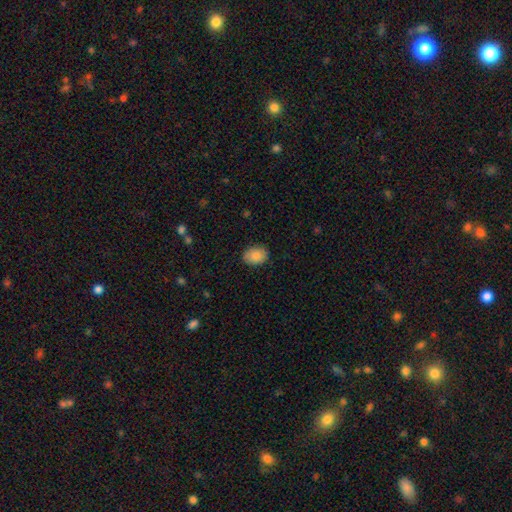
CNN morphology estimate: Smooth or featured?
  - smooth: 87% *
  - star or artifact: 7%
  - featured or disk: 6%
How rounded?
  - in between: 72% *
  - round: 27%
  - cigar-shaped: 1%
Merging?
  - none: 86% *
  - minor disturbance: 10%
  - major disturbance: 2%
  - merger: 1%